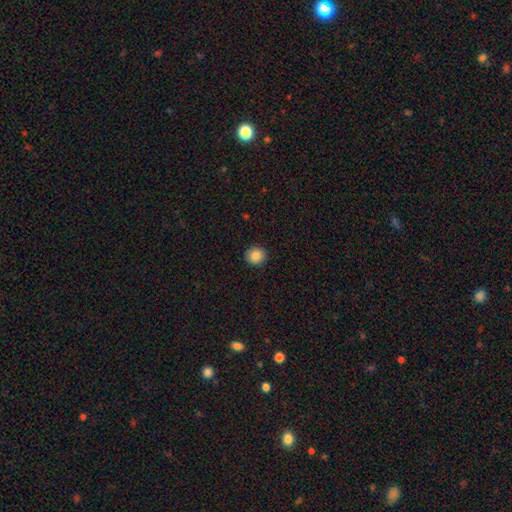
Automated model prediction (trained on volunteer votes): This appears to be a smooth galaxy with no disk features (86%) that is round (90%). Merging: none (92%).